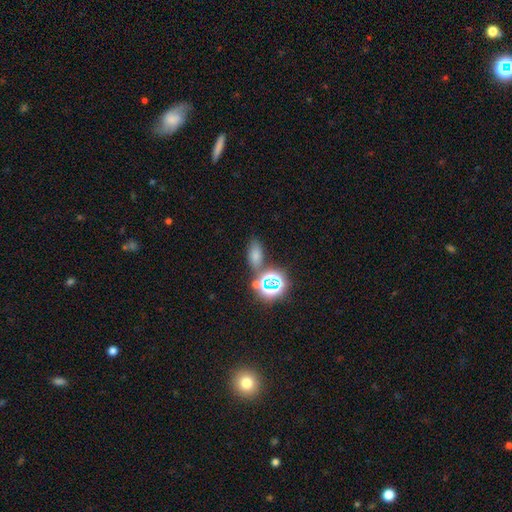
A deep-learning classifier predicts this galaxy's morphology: Q: Smooth or featured?
A: smooth (62%); runner-up: star or artifact (28%)
Q: How rounded?
A: in between (81%); runner-up: round (13%)
Q: Merging?
A: none (69%); runner-up: merger (14%)